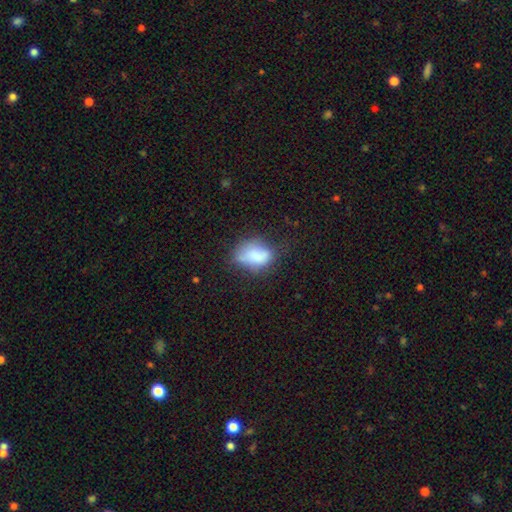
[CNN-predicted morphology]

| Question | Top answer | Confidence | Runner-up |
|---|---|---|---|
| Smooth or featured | smooth | 73% | featured or disk (17%) |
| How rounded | in between | 80% | round (17%) |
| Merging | none | 41% | minor disturbance (33%) |